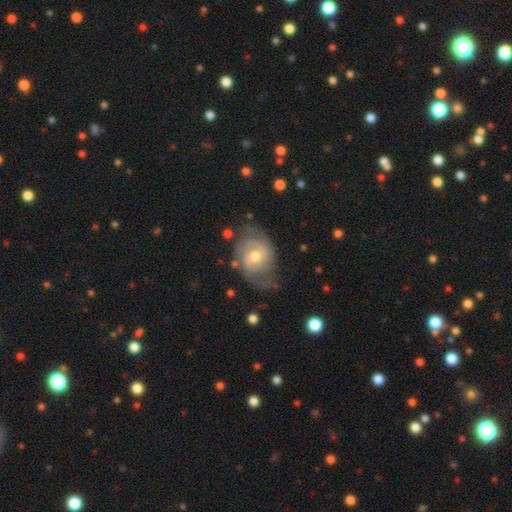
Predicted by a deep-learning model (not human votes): Q: Smooth or featured?
A: featured or disk (76%); runner-up: smooth (17%)
Q: Edge-on disk?
A: no (97%); runner-up: yes (3%)
Q: Bar?
A: no (57%); runner-up: weak (36%)
Q: Spiral arms?
A: yes (90%); runner-up: no (10%)
Q: Spiral winding?
A: medium (43%); runner-up: tight (37%)
Q: Spiral arm count?
A: 2 (69%); runner-up: can't tell (17%)
Q: Bulge size?
A: moderate (62%); runner-up: small (33%)
Q: Merging?
A: none (58%); runner-up: minor disturbance (26%)